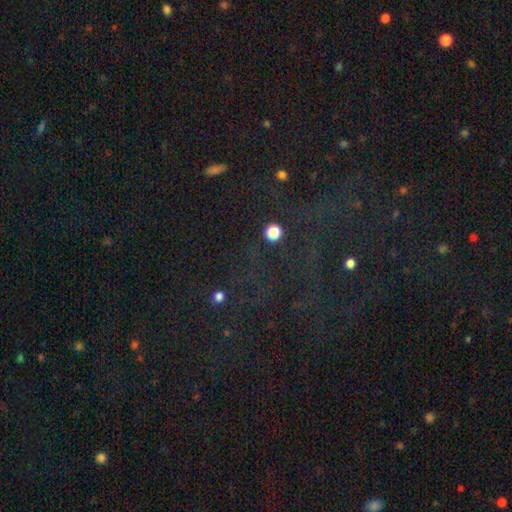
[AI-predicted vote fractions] Smooth or featured? Predicted: star or artifact (p=0.72).